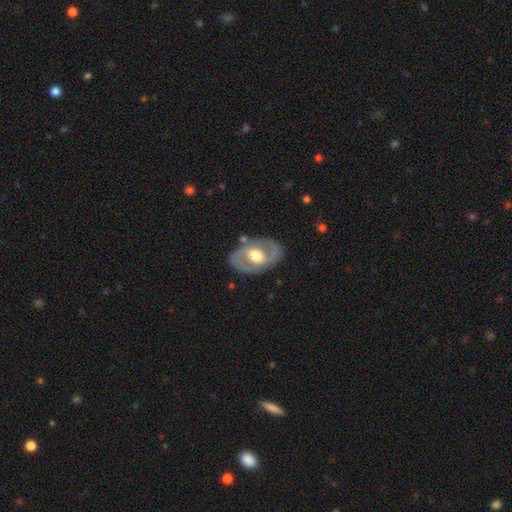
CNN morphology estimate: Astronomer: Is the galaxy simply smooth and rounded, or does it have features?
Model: featured or disk — 67%.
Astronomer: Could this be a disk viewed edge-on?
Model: no — 94%.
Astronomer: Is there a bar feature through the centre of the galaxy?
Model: no — 55% (runner-up: weak, 32%).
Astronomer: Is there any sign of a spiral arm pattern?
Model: yes — 50%, tied with no at 50%.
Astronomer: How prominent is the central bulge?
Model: moderate — 56% (runner-up: large, 35%).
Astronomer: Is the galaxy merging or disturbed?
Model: none — 79%.